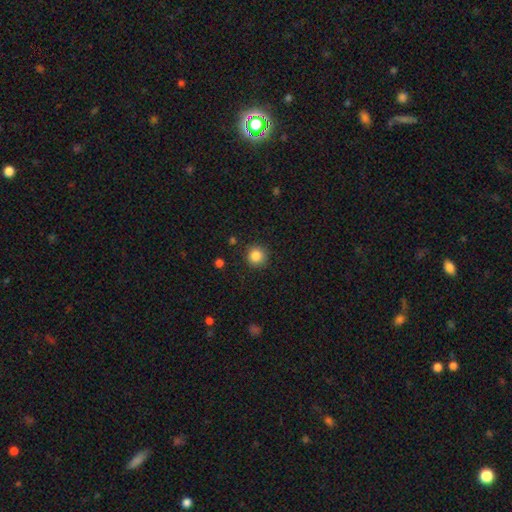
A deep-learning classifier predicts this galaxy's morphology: type=smooth (85%); roundness=round (94%); merging=none (90%).